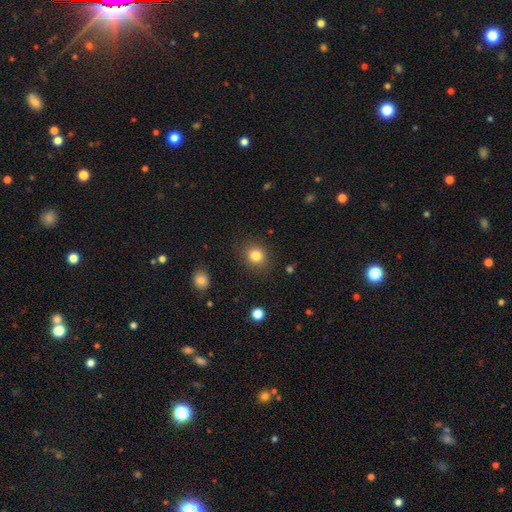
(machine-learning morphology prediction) Overall: smooth (83%). How rounded: round (82%). Merging: none (88%).